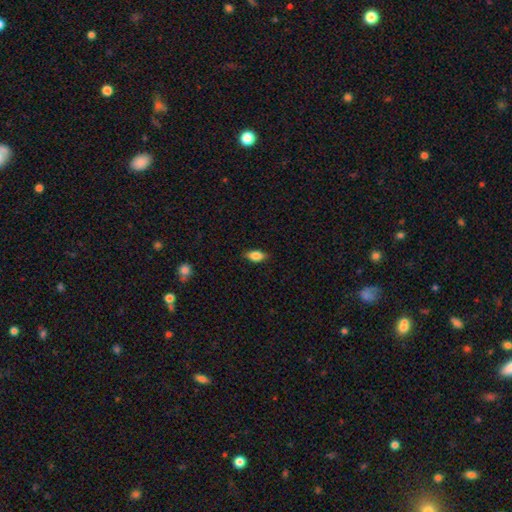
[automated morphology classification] Smooth or featured: smooth — 83% (featured or disk — 9%)
How rounded: in between — 88% (cigar-shaped — 8%)
Merging: none — 86% (minor disturbance — 11%)